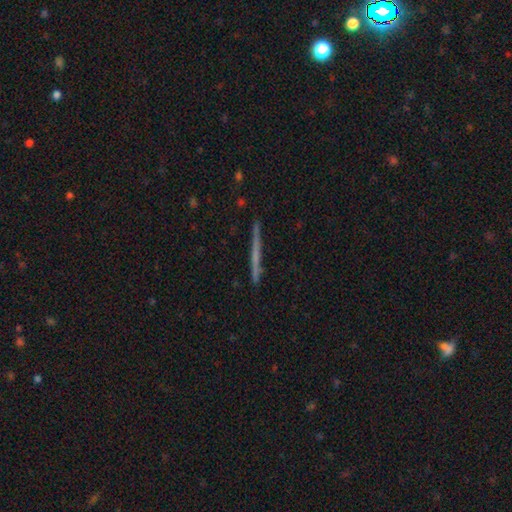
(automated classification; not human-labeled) Smooth or featured? featured or disk (55%)
Edge-on disk? yes (98%)
Edge-on bulge? none (86%)
Merging? none (92%)